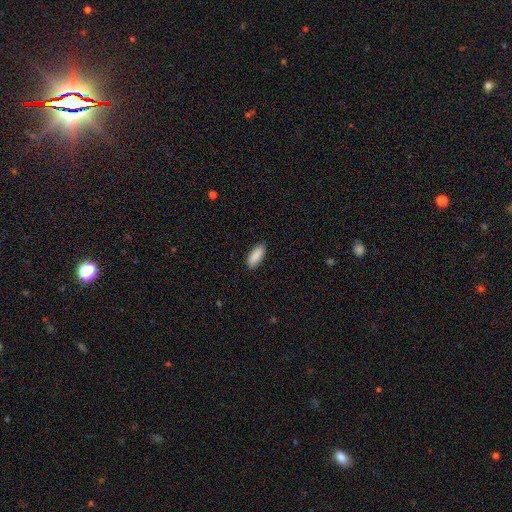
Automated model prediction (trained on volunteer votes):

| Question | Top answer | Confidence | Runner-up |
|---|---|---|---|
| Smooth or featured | smooth | 90% | star or artifact (6%) |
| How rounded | in between | 77% | cigar-shaped (21%) |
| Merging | none | 87% | minor disturbance (10%) |